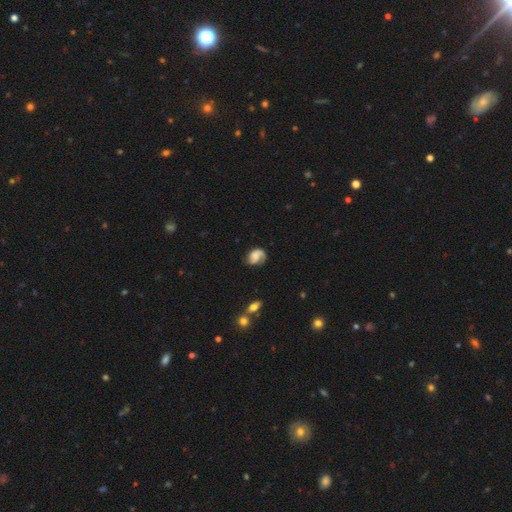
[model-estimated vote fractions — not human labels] Smooth or featured? featured or disk (63%)
Edge-on disk? no (97%)
Bar? no (61%)
Spiral arms? yes (92%)
Spiral winding? medium (41%)
Spiral arm count? 2 (50%)
Bulge size? none (31%)
Merging? none (60%)